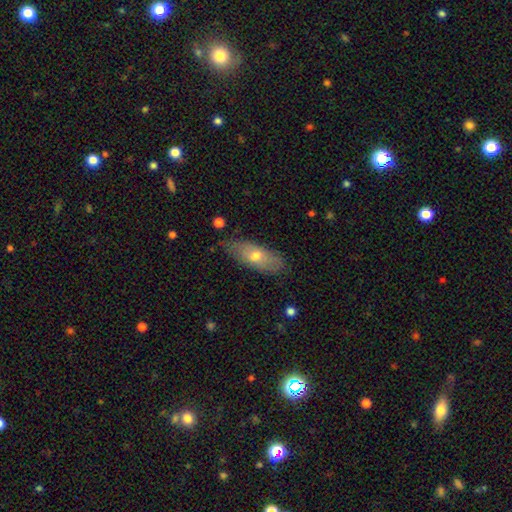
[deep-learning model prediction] Smooth or featured: smooth — 53% (featured or disk — 40%)
How rounded: in between — 70% (cigar-shaped — 26%)
Merging: none — 72% (minor disturbance — 22%)